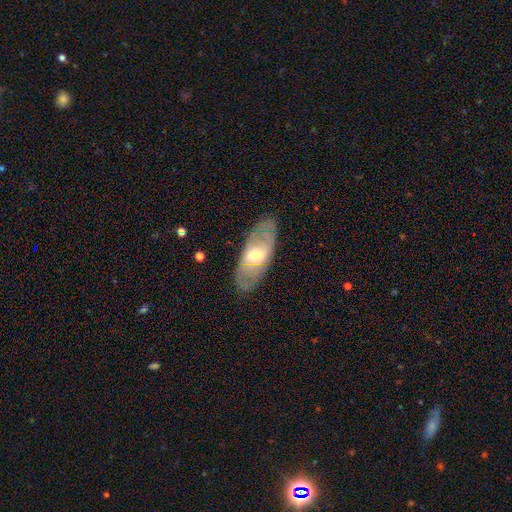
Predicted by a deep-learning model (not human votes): Overall: featured or disk (56%; smooth 37%). Edge-on disk: no (82%). Merging: none (80%).